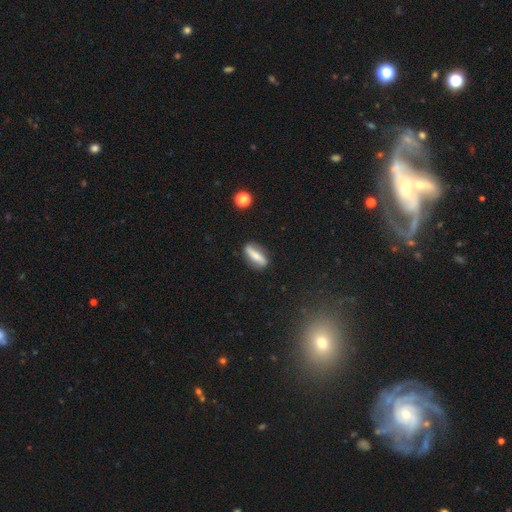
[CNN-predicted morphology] Smooth or featured: featured or disk — 46% (tied with smooth — 46%)
Merging: none — 84% (minor disturbance — 12%)